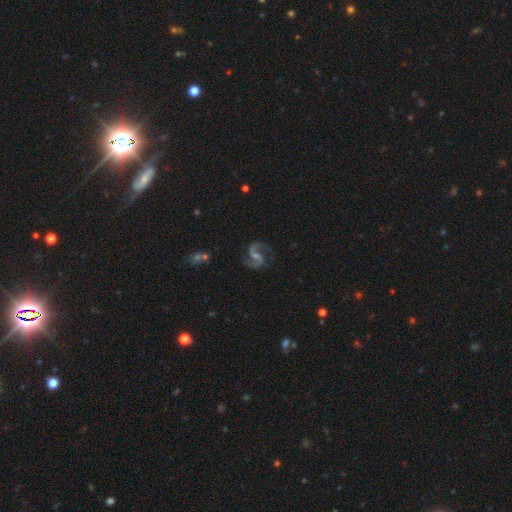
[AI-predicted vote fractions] smooth-or-featured: featured or disk: 90% | star or artifact: 6% | smooth: 4%
  disk-edge-on: no: 98% | yes: 2%
    bar: weak: 50% | strong: 27% | no: 23%
    has-spiral-arms: yes: 98% | no: 2%
      spiral-winding: medium: 54% | loose: 36% | tight: 10%
      spiral-arm-count: 2: 94% | can't tell: 2% | 3: 1% | 1: 1% | 4: 1% | more than 4: 1%
    bulge-size: small: 56% | moderate: 27% | none: 14% | large: 2% | dominant: 1%
  merging: none: 81% | minor disturbance: 12% | major disturbance: 5% | merger: 2%